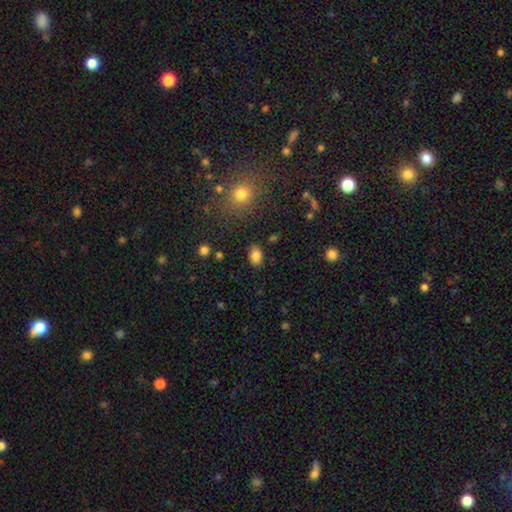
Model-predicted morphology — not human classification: This is clearly a smooth galaxy (84%). How rounded: clearly in between (85%). Merging: clearly none (85%).